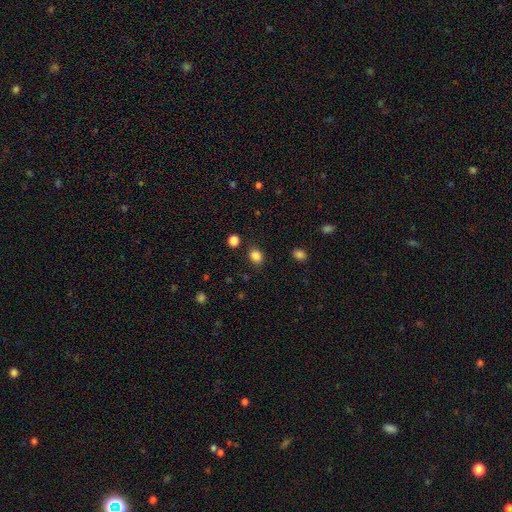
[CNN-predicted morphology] smooth_or_featured: smooth (p=0.84) [alt: star or artifact p=0.12]
how_rounded: round (p=0.56) [alt: in between p=0.44]
merging: none (p=0.84) [alt: minor disturbance p=0.11]